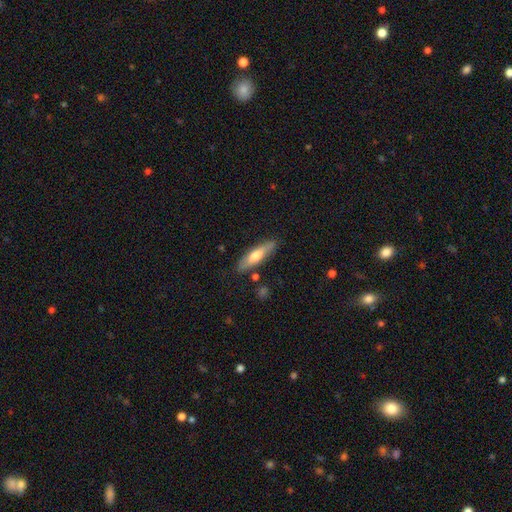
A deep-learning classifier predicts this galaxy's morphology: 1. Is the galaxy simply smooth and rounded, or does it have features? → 58% smooth, 37% featured or disk, 6% star or artifact.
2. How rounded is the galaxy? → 69% cigar-shaped, 29% in between, 2% round.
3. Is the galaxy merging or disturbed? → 82% none, 13% minor disturbance, 3% merger, 3% major disturbance.